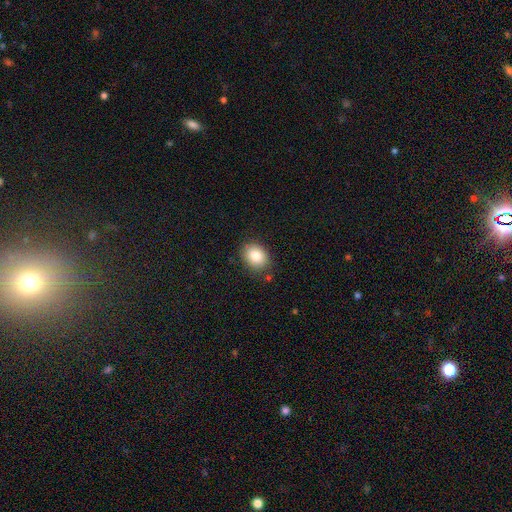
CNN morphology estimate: Smooth or featured?
  - smooth: 84% *
  - star or artifact: 9%
  - featured or disk: 7%
How rounded?
  - in between: 51% *
  - round: 48%
  - cigar-shaped: 1%
Merging?
  - none: 84% *
  - minor disturbance: 11%
  - major disturbance: 3%
  - merger: 2%